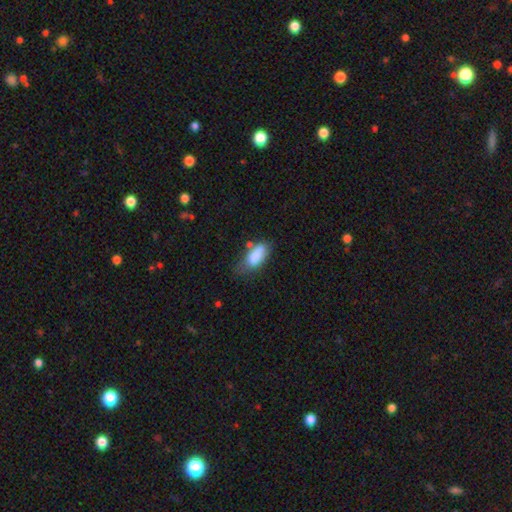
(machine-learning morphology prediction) Overall: smooth (80%). How rounded: in between (87%). Merging: none (38%; minor disturbance 35%).